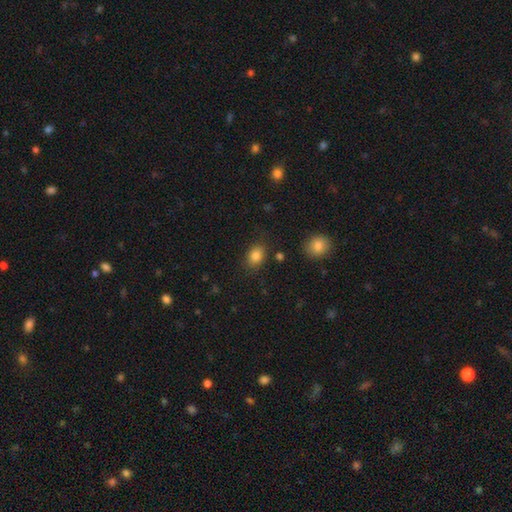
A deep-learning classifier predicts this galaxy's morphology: smooth-or-featured: smooth: 84% | star or artifact: 10% | featured or disk: 6%
  how-rounded: in between: 67% | round: 31% | cigar-shaped: 1%
  merging: none: 81% | minor disturbance: 12% | major disturbance: 3% | merger: 3%